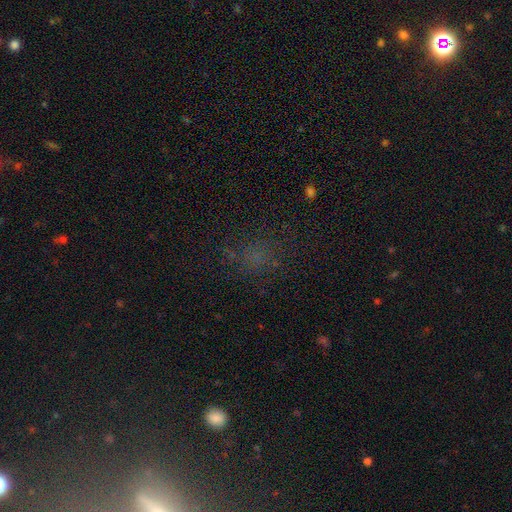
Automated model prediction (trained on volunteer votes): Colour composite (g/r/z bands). It shows a smooth galaxy with no disk features (50%) that is round (63%). Merging: none (68%).